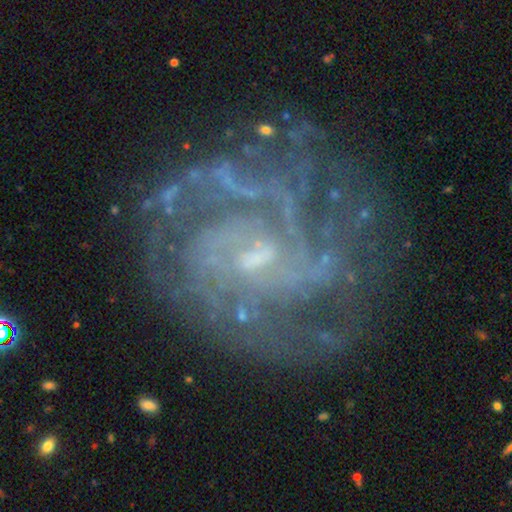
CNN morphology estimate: A featured or disk galaxy (88%) with a weak bar (48%), tight (56%) spiral arms (94%) and a small central bulge (64%).

Vote fractions:
- Smooth or featured? featured or disk: 88% / star or artifact: 7% / smooth: 5%
- Edge-on disk? no: 98% / yes: 2%
- Bar? weak: 48% / no: 42% / strong: 10%
- Spiral arms? yes: 94% / no: 6%
- Spiral winding? tight: 56% / medium: 36% / loose: 8%
- Spiral arm count? can't tell: 32% / 3: 20% / 2: 17% / 4: 15% / more than 4: 9% / 1: 7%
- Bulge size? small: 64% / moderate: 21% / none: 13% / large: 1% / dominant: 1%
- Merging? none: 72% / minor disturbance: 16% / major disturbance: 11% / merger: 2%